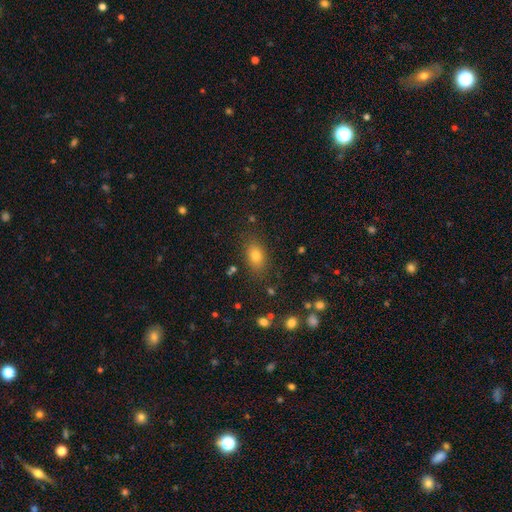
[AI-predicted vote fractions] A smooth galaxy with no disk features (76%) that is in between round and cigar-shaped (80%). Merging: none (83%).